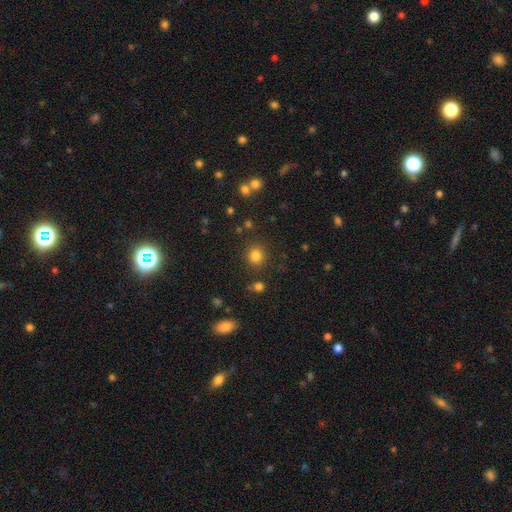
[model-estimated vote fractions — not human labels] The model was most divided on "smooth or featured": smooth: 82%, star or artifact: 13%, featured or disk: 5%. More confident: how rounded — round (88%); merging — none (86%).